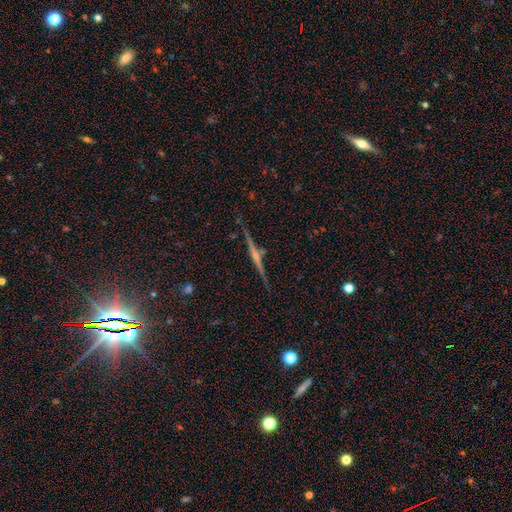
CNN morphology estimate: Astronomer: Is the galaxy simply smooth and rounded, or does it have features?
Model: featured or disk — 79%.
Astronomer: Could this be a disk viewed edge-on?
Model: yes — 98%.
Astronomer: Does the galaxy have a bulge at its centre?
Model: rounded — 78%.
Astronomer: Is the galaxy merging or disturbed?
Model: none — 88%.